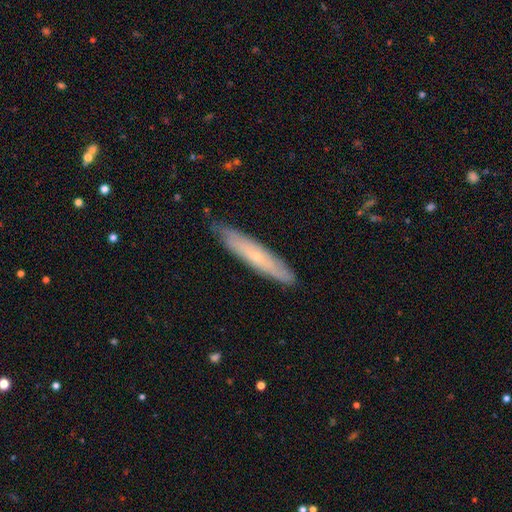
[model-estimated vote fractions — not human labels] This appears to be a featured or disk galaxy (53%) viewed edge-on (62%). Merging: none (81%).